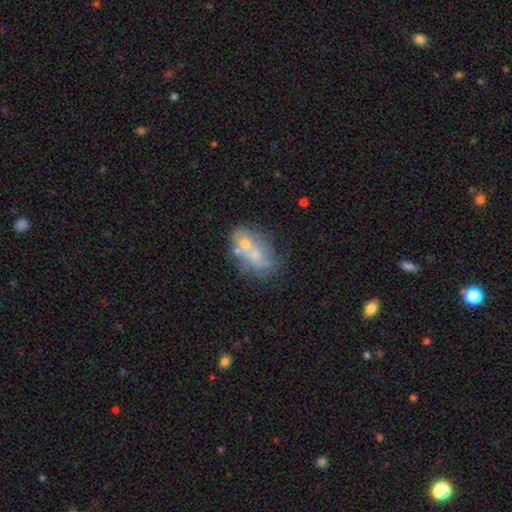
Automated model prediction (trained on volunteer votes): Smooth or featured? Predicted: featured or disk (p=0.49). Merging? Predicted: none (p=0.33).